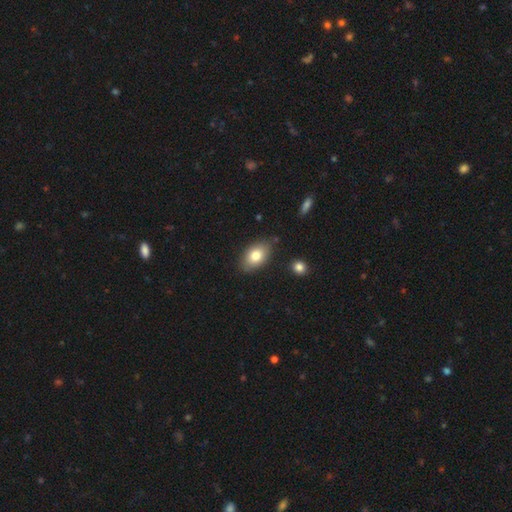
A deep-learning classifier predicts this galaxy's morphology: This is likely a smooth galaxy (79%). How rounded: clearly in between (89%). Merging: clearly none (82%).